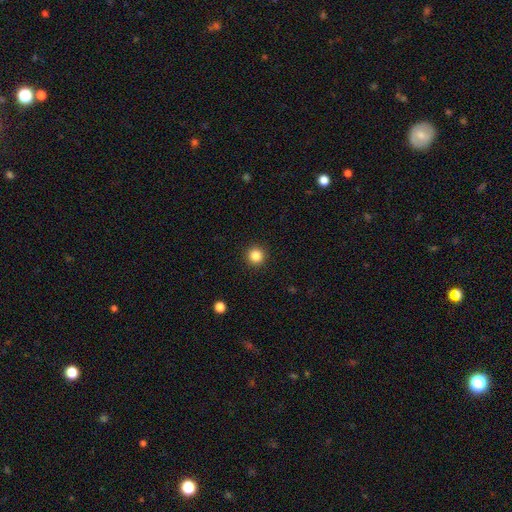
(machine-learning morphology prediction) smooth_or_featured: smooth (p=0.85) [alt: star or artifact p=0.11]
how_rounded: round (p=0.96) [alt: in between p=0.03]
merging: none (p=0.93) [alt: minor disturbance p=0.04]